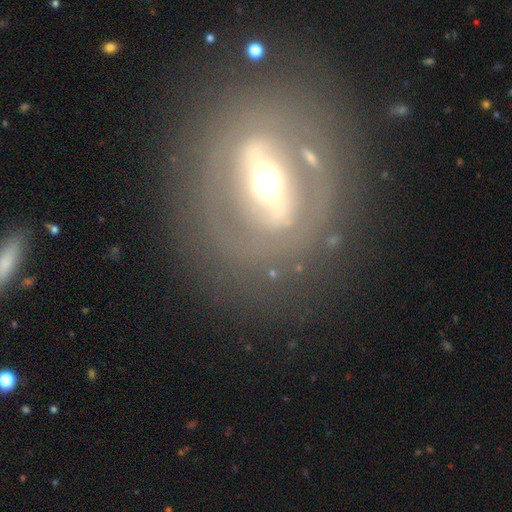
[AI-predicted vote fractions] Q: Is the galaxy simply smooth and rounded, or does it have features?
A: featured or disk — 77%.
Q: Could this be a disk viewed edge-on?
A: no — 80%.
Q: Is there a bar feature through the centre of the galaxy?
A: strong — 67%.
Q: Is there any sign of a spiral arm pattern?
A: no — 71%.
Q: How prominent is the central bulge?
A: moderate — 61%.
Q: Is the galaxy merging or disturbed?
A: none — 79%.